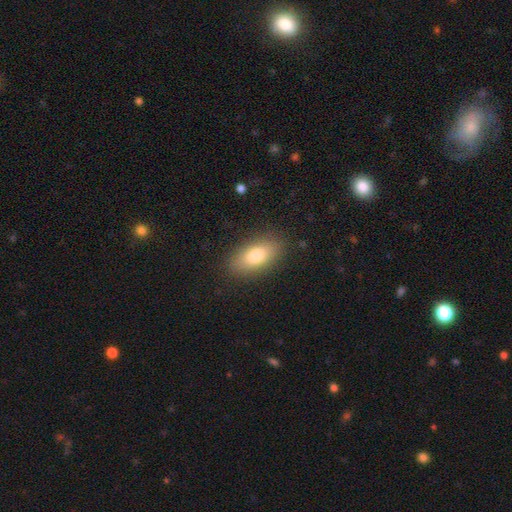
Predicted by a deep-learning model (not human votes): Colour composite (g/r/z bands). It shows a smooth galaxy with no disk features (79%) that is in between round and cigar-shaped (87%). Merging: none (87%).